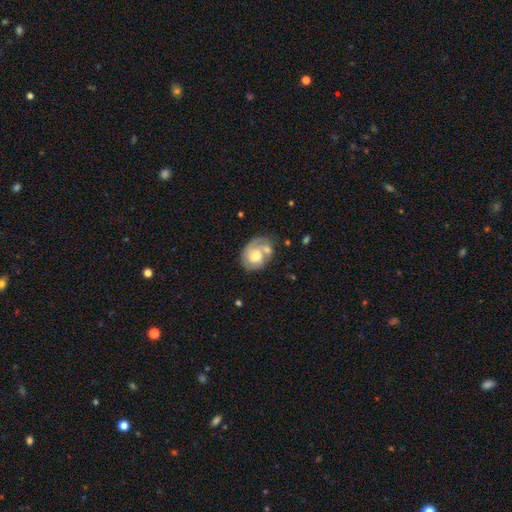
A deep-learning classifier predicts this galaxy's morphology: This is likely a featured or disk galaxy (63%). It is clearly not viewed edge-on (97%). Bar: likely no (75%). Spiral arm pattern: clearly yes (81%). Central bulge: possibly moderate (57%). Merging: marginally none (41%).